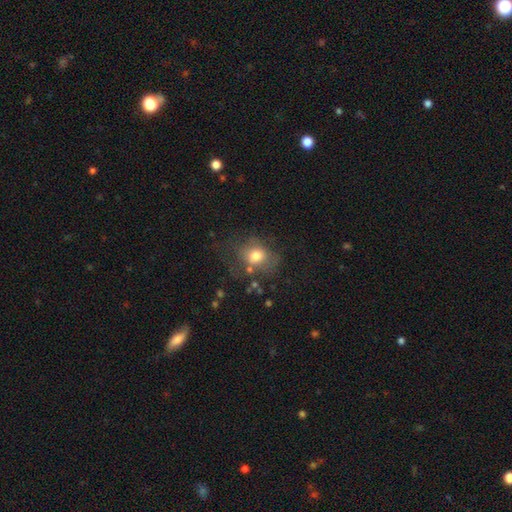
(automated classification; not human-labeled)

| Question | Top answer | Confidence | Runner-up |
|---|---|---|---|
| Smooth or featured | smooth | 71% | featured or disk (17%) |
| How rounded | round | 58% | in between (41%) |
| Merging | none | 49% | minor disturbance (23%) |